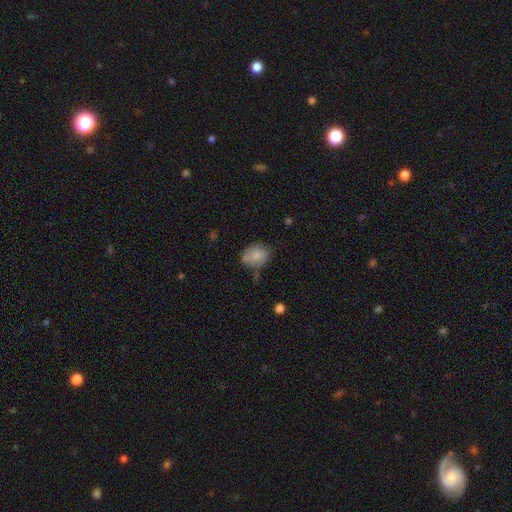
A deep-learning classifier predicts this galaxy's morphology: type=smooth (69%); roundness=in between (55%); merging=none (53%).